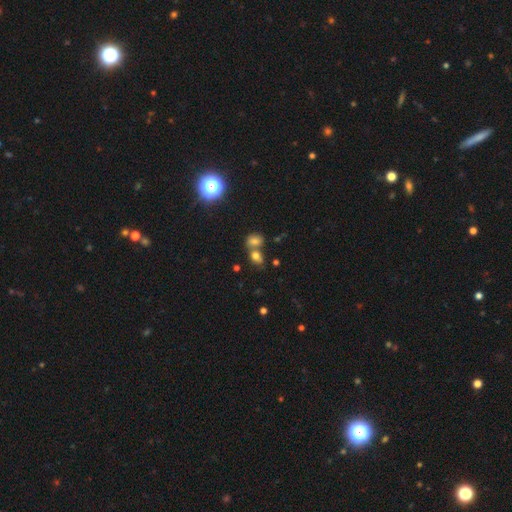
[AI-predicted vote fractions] smooth 72%, star or artifact 17%, featured or disk 11%. Down the decision tree: how rounded — in between (65%); merging — merger (48%).